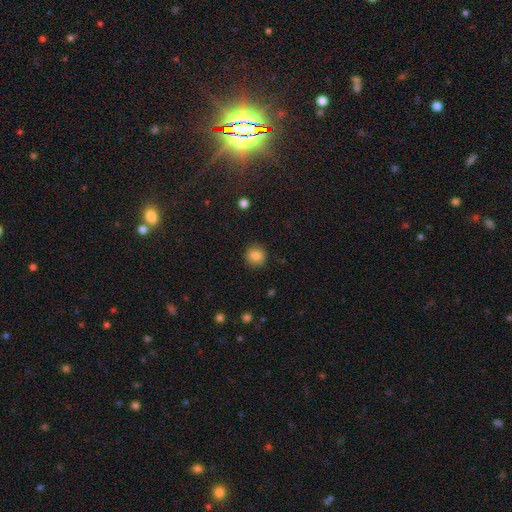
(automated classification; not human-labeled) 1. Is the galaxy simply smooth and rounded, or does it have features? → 84% smooth, 10% star or artifact, 6% featured or disk.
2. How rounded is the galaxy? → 92% round, 7% in between, 1% cigar-shaped.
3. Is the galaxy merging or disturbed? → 90% none, 7% minor disturbance, 2% major disturbance, 1% merger.